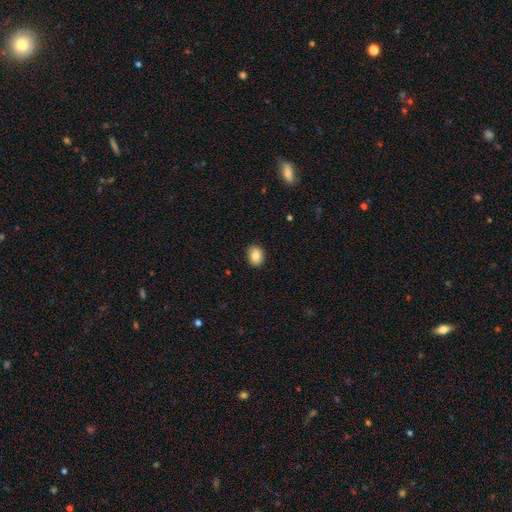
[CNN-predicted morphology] Smooth or featured: smooth — 85% (star or artifact — 8%)
How rounded: round — 50% (in between — 49%)
Merging: none — 91% (minor disturbance — 7%)